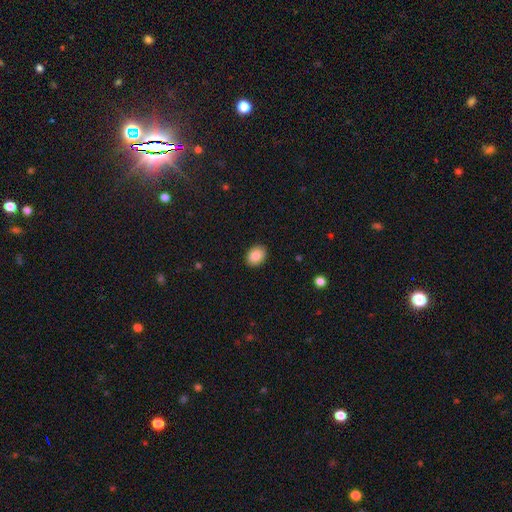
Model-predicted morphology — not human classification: Smooth or featured?
  - smooth: 87% *
  - star or artifact: 8%
  - featured or disk: 6%
How rounded?
  - in between: 64% *
  - round: 35%
  - cigar-shaped: 1%
Merging?
  - none: 90% *
  - minor disturbance: 7%
  - major disturbance: 2%
  - merger: 1%